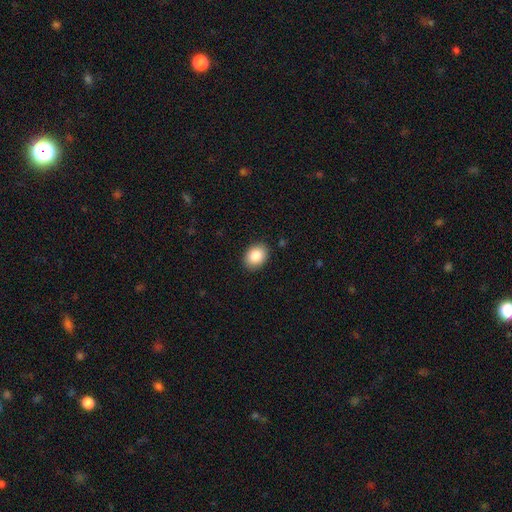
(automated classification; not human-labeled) This is clearly a smooth galaxy (87%). How rounded: likely in between (64%). Merging: clearly none (89%).